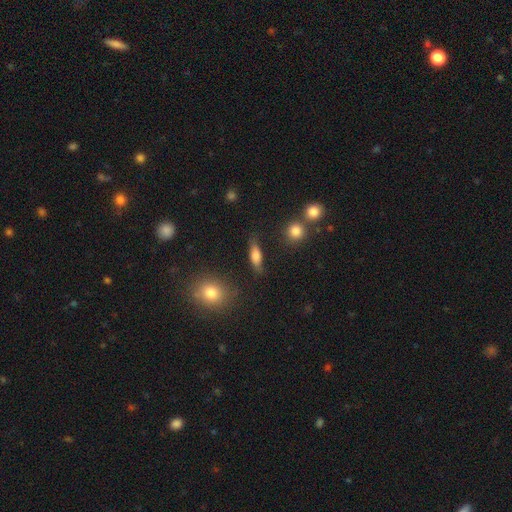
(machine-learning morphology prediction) Q: Smooth or featured?
A: smooth (69%); runner-up: featured or disk (23%)
Q: How rounded?
A: in between (59%); runner-up: cigar-shaped (35%)
Q: Merging?
A: none (76%); runner-up: minor disturbance (17%)